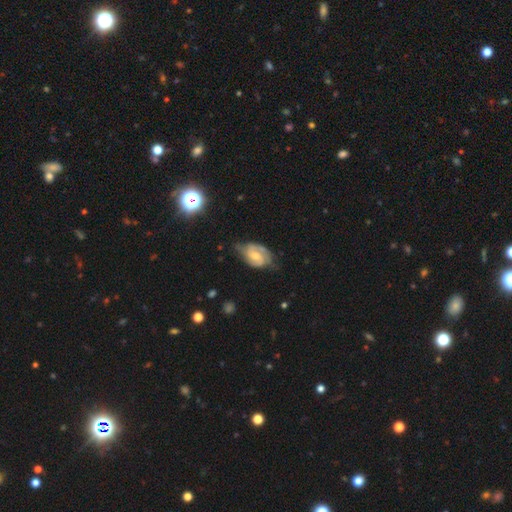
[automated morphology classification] Q: Smooth or featured?
A: featured or disk (73%); runner-up: smooth (20%)
Q: Edge-on disk?
A: no (97%); runner-up: yes (3%)
Q: Bar?
A: no (46%); runner-up: weak (45%)
Q: Spiral arms?
A: yes (93%); runner-up: no (7%)
Q: Spiral winding?
A: medium (46%); runner-up: tight (37%)
Q: Spiral arm count?
A: 2 (75%); runner-up: can't tell (13%)
Q: Bulge size?
A: moderate (50%); runner-up: small (41%)
Q: Merging?
A: none (56%); runner-up: minor disturbance (31%)